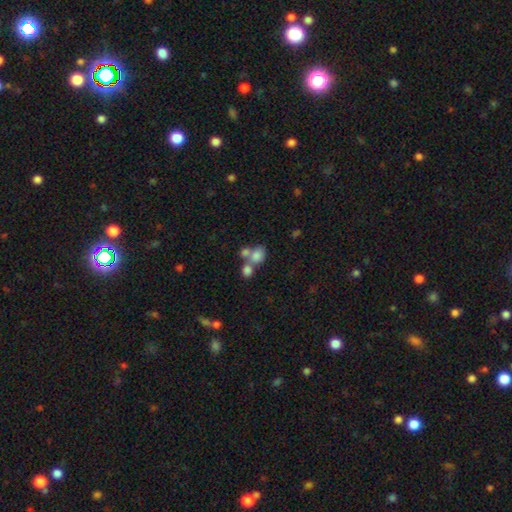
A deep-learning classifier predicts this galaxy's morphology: This appears to be a smooth galaxy with no disk features (74%) that is round (55%). Merging: merger (56%).